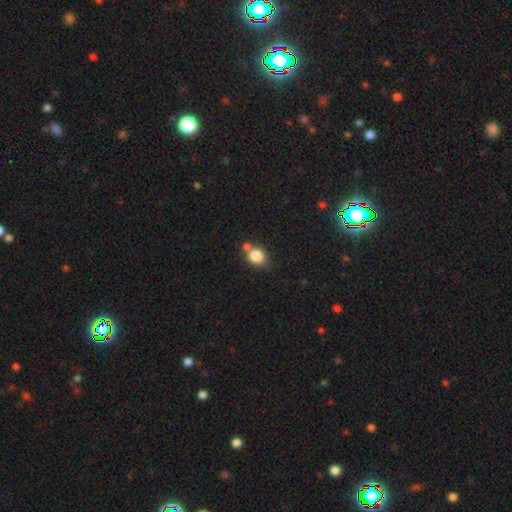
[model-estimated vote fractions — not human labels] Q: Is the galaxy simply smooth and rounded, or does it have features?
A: smooth — 83%.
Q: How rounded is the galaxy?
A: round — 59%.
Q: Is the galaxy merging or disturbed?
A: none — 52%.